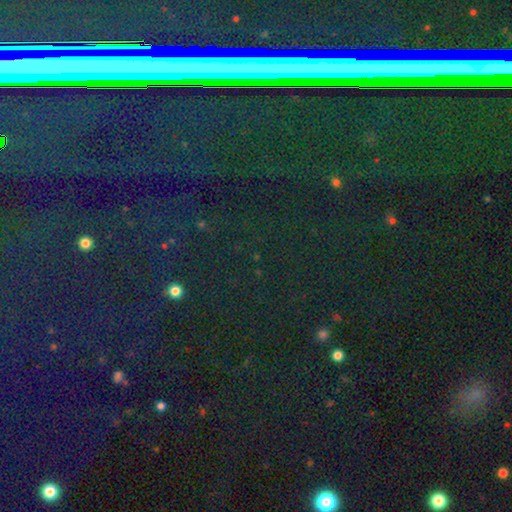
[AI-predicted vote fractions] smooth-or-featured: star or artifact: 80% | smooth: 11% | featured or disk: 9%